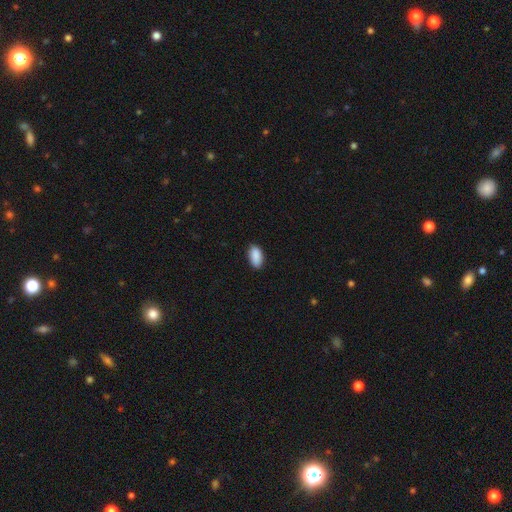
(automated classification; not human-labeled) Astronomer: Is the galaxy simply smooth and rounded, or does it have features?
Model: smooth — 90%.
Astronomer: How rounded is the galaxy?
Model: in between — 94%.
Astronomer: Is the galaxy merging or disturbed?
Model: none — 85%.